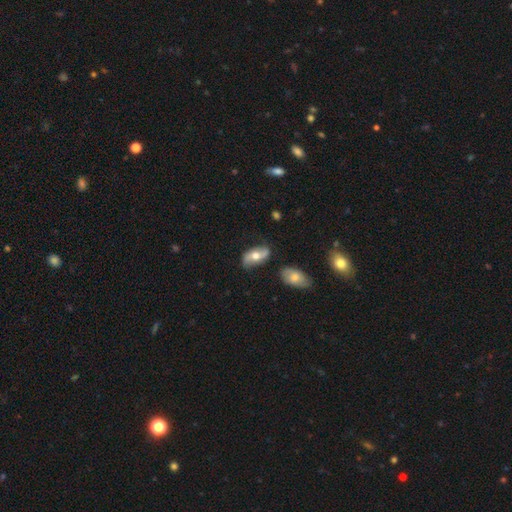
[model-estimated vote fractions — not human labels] Smooth or featured? Predicted: featured or disk (p=0.55). Edge-on disk? Predicted: no (p=0.89). Merging? Predicted: none (p=0.72).